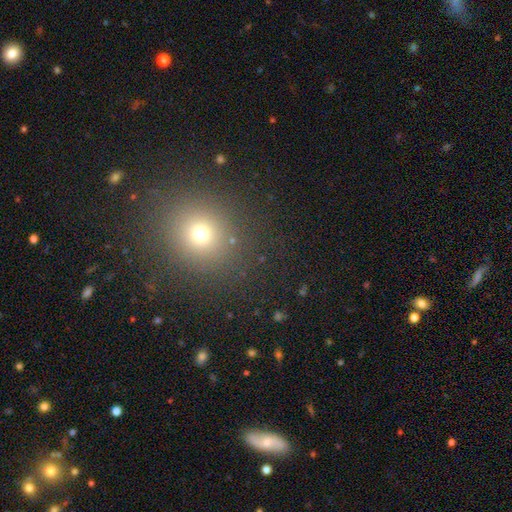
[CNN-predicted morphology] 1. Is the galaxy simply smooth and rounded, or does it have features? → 61% smooth, 32% star or artifact, 8% featured or disk.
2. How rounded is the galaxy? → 83% round, 15% in between, 1% cigar-shaped.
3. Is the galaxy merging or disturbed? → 90% none, 6% minor disturbance, 3% major disturbance, 1% merger.